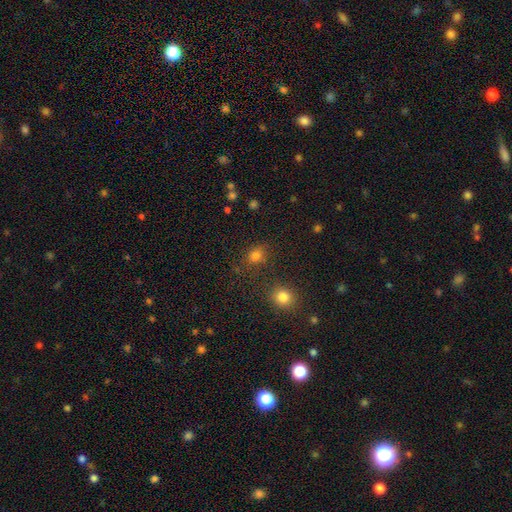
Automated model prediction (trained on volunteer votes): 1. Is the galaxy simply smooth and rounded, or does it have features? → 77% smooth, 17% star or artifact, 6% featured or disk.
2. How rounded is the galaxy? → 60% round, 39% in between, 1% cigar-shaped.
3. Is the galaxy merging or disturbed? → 78% none, 12% minor disturbance, 6% merger, 5% major disturbance.